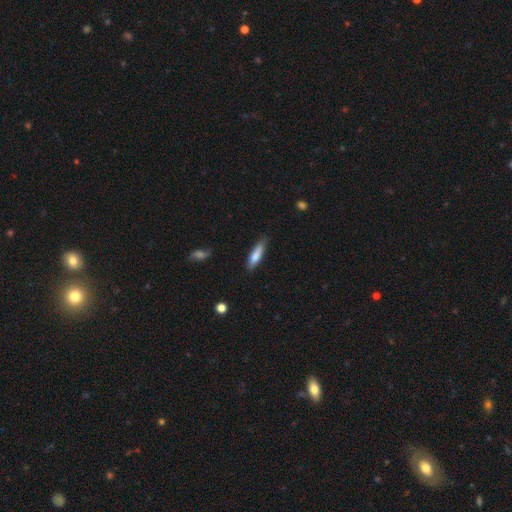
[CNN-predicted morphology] A smooth galaxy with no disk features (77%) that is cigar-shaped (74%). Merging: none (77%).